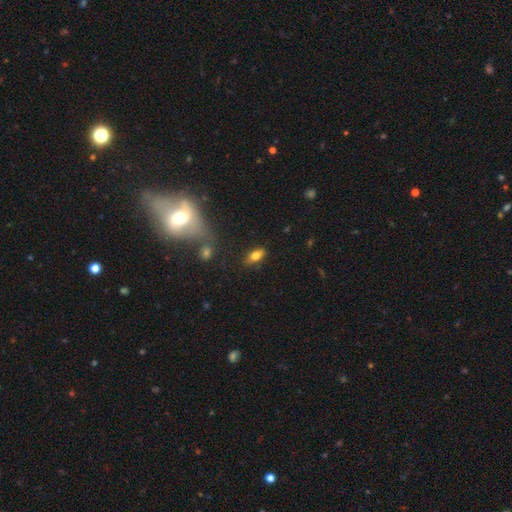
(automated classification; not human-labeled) smooth-or-featured: smooth: 73% | featured or disk: 17% | star or artifact: 10%
  how-rounded: in between: 84% | cigar-shaped: 10% | round: 6%
  merging: none: 81% | minor disturbance: 13% | major disturbance: 3% | merger: 3%